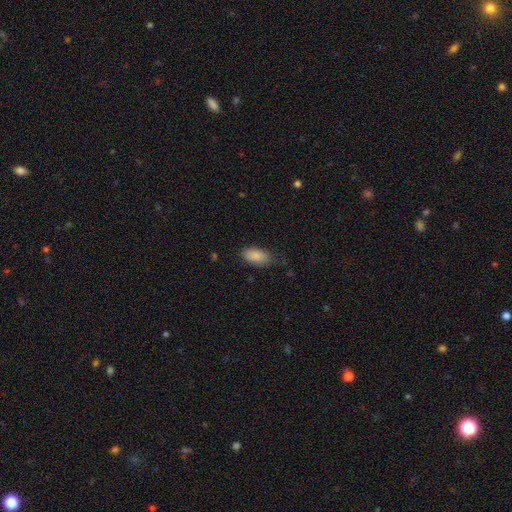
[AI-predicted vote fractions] Smooth or featured? Predicted: smooth (p=0.86). How rounded? Predicted: in between (p=0.92). Merging? Predicted: none (p=0.74).